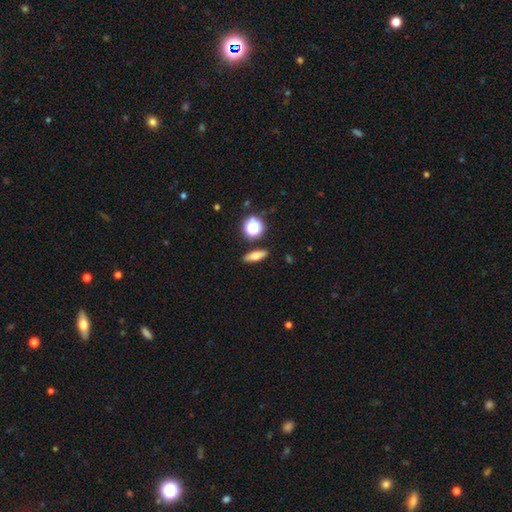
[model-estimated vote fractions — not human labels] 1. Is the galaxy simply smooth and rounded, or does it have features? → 64% smooth, 24% featured or disk, 13% star or artifact.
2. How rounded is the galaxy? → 49% in between, 40% cigar-shaped, 11% round.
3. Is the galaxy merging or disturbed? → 87% none, 8% minor disturbance, 3% merger, 2% major disturbance.